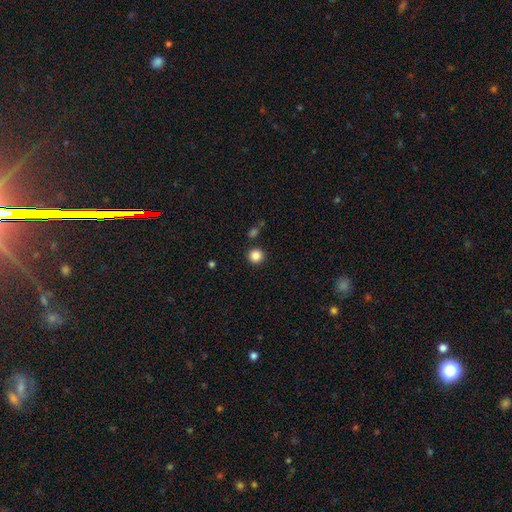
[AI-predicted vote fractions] Smooth or featured? smooth (86%)
How rounded? round (94%)
Merging? none (88%)